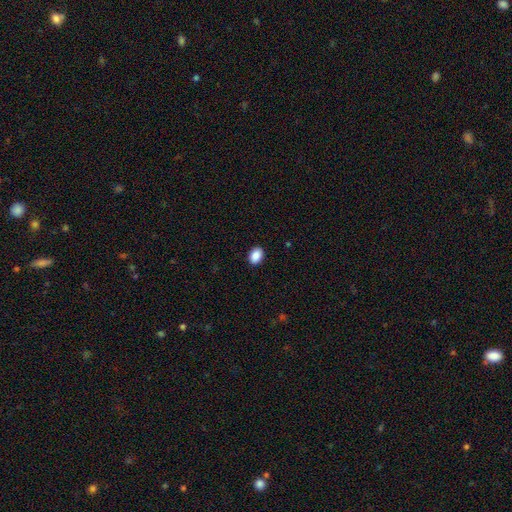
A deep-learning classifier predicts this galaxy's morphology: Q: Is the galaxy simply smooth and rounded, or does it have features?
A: smooth — 89%.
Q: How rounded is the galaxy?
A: in between — 75%.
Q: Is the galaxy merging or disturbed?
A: none — 91%.